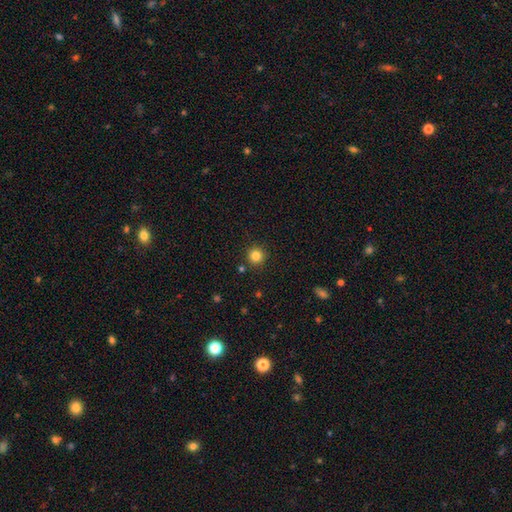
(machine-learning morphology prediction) Smooth or featured?
  - smooth: 83% *
  - star or artifact: 12%
  - featured or disk: 5%
How rounded?
  - round: 95% *
  - in between: 4%
  - cigar-shaped: 1%
Merging?
  - none: 90% *
  - minor disturbance: 6%
  - merger: 3%
  - major disturbance: 2%